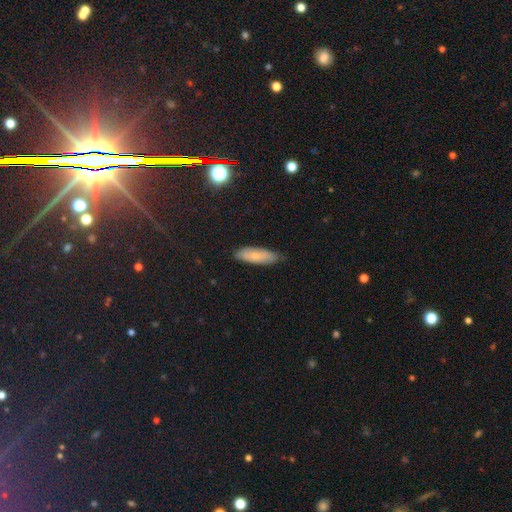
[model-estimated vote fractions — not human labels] This appears to be a smooth galaxy with no disk features (72%) that is in between round and cigar-shaped (58%). Merging: none (76%).